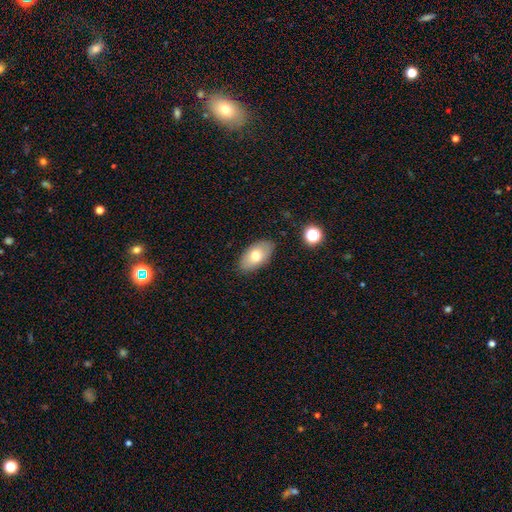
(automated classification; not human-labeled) Smooth or featured?
  - smooth: 70% *
  - featured or disk: 22%
  - star or artifact: 8%
How rounded?
  - in between: 93% *
  - round: 5%
  - cigar-shaped: 2%
Merging?
  - none: 84% *
  - minor disturbance: 12%
  - major disturbance: 3%
  - merger: 1%